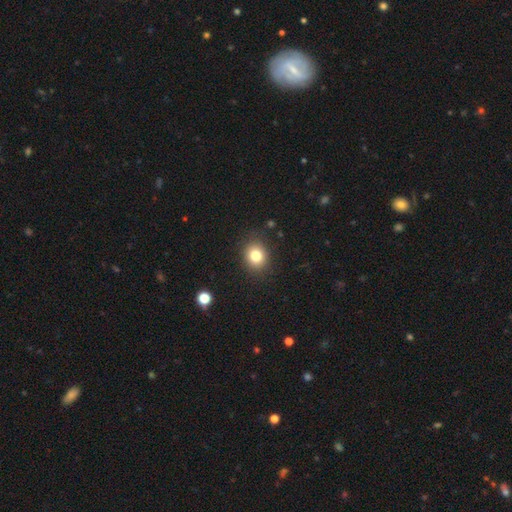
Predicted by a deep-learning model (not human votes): A smooth galaxy with no disk features (81%) that is round (68%).

Vote fractions:
- Smooth or featured? smooth: 81% / star or artifact: 11% / featured or disk: 8%
- How rounded? round: 68% / in between: 31% / cigar-shaped: 1%
- Merging? none: 87% / minor disturbance: 9% / major disturbance: 3% / merger: 1%